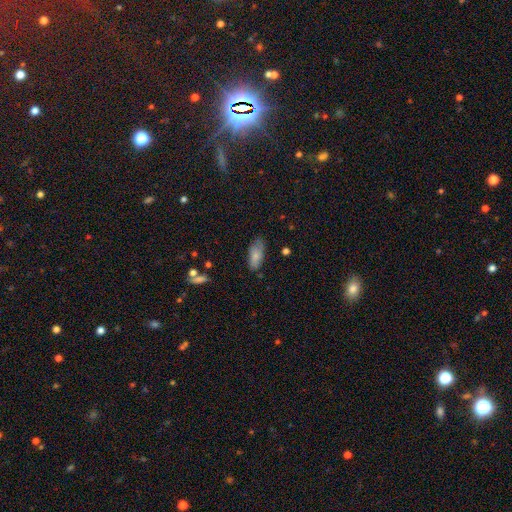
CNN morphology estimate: Smooth or featured?
  - smooth: 80% *
  - featured or disk: 13%
  - star or artifact: 7%
How rounded?
  - in between: 85% *
  - cigar-shaped: 13%
  - round: 2%
Merging?
  - none: 70% *
  - minor disturbance: 23%
  - major disturbance: 5%
  - merger: 2%